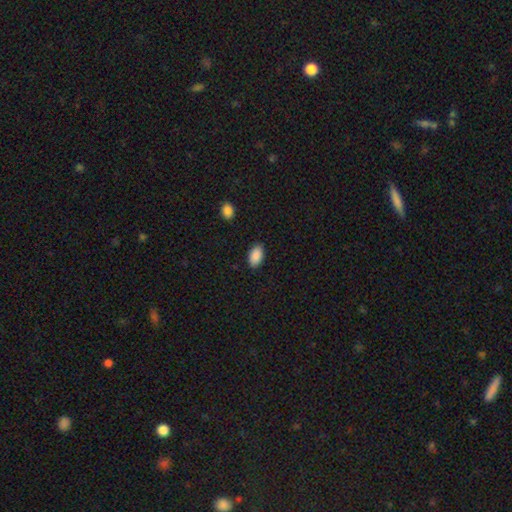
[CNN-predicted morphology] Smooth or featured: smooth — 90% (star or artifact — 7%)
How rounded: in between — 94% (round — 4%)
Merging: none — 86% (minor disturbance — 10%)